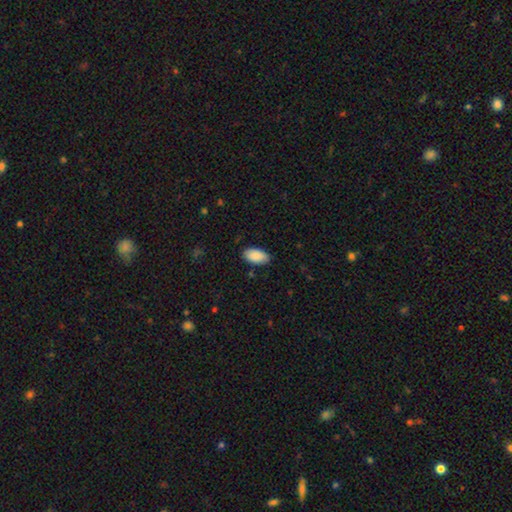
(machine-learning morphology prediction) smooth_or_featured: smooth (p=0.90) [alt: star or artifact p=0.06]
how_rounded: in between (p=0.96) [alt: round p=0.02]
merging: none (p=0.84) [alt: minor disturbance p=0.12]